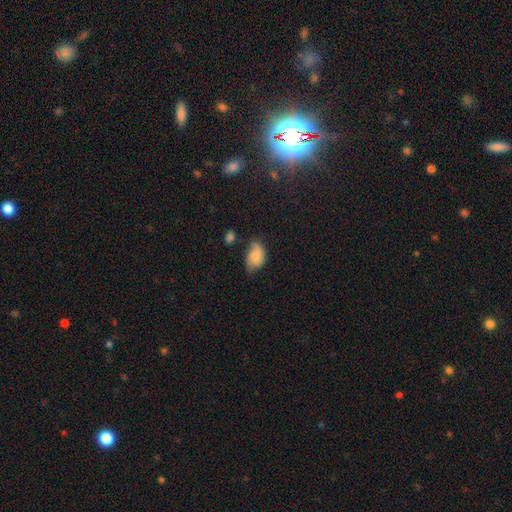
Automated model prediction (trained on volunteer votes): smooth-or-featured: smooth: 74% | featured or disk: 17% | star or artifact: 9%
  how-rounded: in between: 87% | round: 12% | cigar-shaped: 1%
  merging: minor disturbance: 41% | none: 39% | major disturbance: 15% | merger: 6%